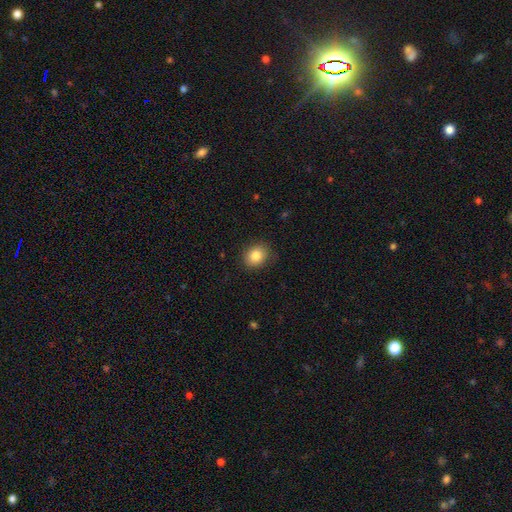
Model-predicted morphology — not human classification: type=smooth (84%); roundness=round (61%); merging=none (85%).